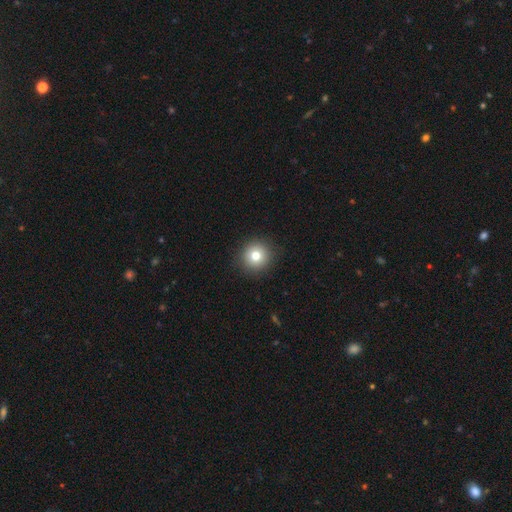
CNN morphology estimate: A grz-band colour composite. It shows a smooth galaxy with no disk features (78%) that is round (95%). Merging: none (92%).